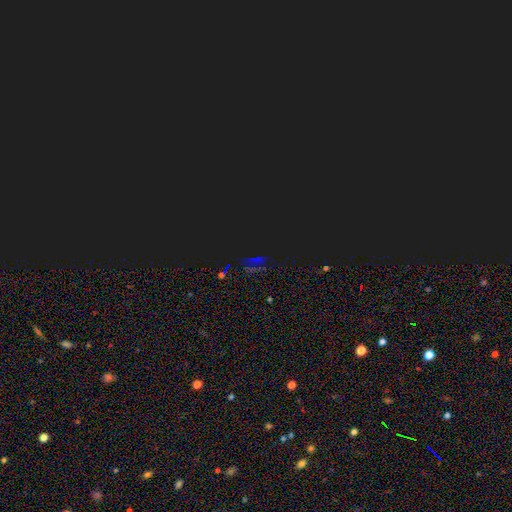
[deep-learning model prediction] Smooth or featured? Predicted: star or artifact (p=0.81).